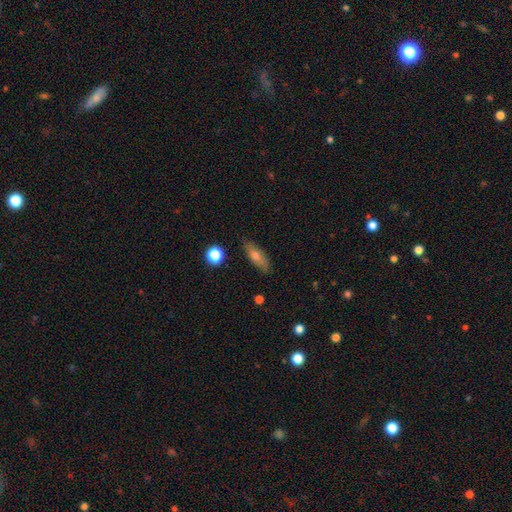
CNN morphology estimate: The model was most divided on "how rounded": in between: 58%, cigar-shaped: 36%, round: 5%. More confident: merging — none (84%); smooth or featured — smooth (61%).